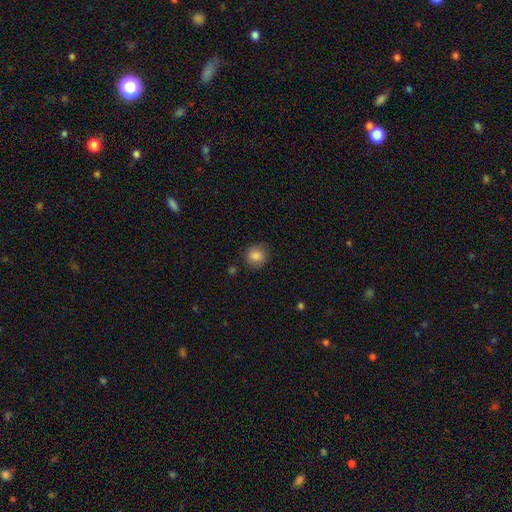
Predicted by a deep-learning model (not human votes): smooth_or_featured: smooth (p=0.86) [alt: star or artifact p=0.09]
how_rounded: round (p=0.85) [alt: in between p=0.14]
merging: none (p=0.84) [alt: minor disturbance p=0.11]